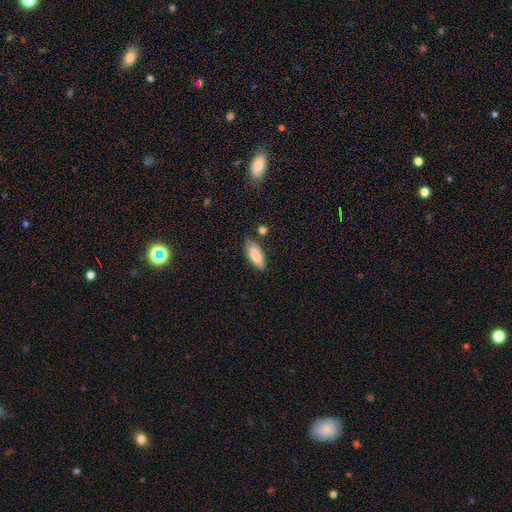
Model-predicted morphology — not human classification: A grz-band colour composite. It shows a smooth galaxy with no disk features (83%) that is in between round and cigar-shaped (80%). Merging: none (72%).